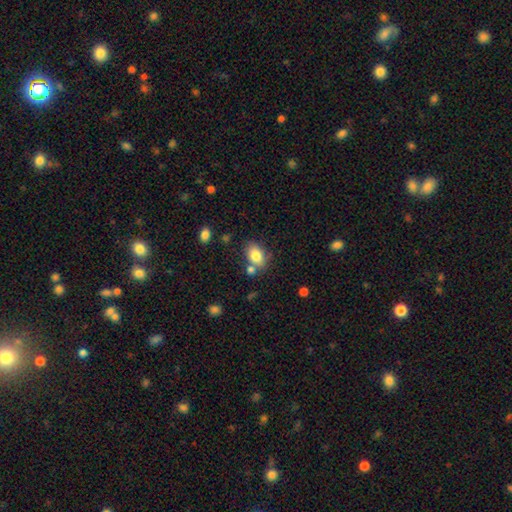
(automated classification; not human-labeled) Smooth or featured: smooth — 83% (featured or disk — 9%)
How rounded: in between — 83% (round — 16%)
Merging: none — 66% (minor disturbance — 15%)